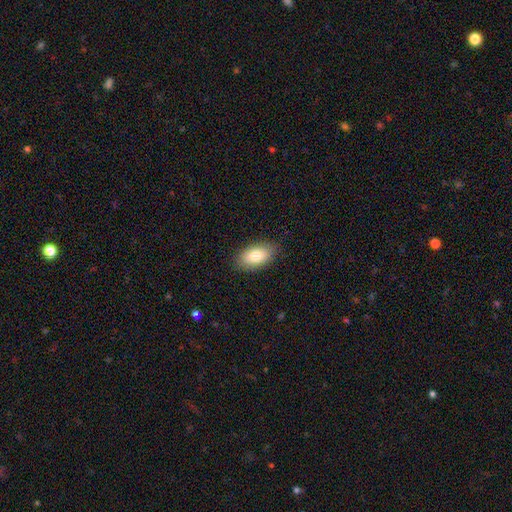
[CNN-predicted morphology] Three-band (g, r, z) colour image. It shows a smooth galaxy with no disk features (81%) that is in between round and cigar-shaped (93%). Merging: none (86%).